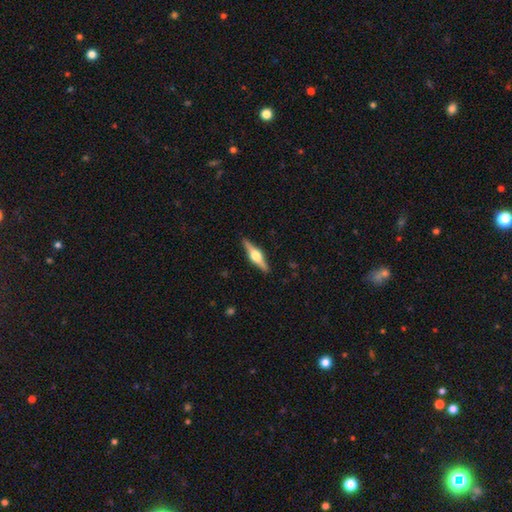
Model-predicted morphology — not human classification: smooth-or-featured: featured or disk: 75% | smooth: 20% | star or artifact: 5%
  disk-edge-on: yes: 98% | no: 2%
    edge-on-bulge: rounded: 94% | boxy: 4% | none: 1%
  merging: none: 91% | minor disturbance: 7% | major disturbance: 1% | merger: 1%